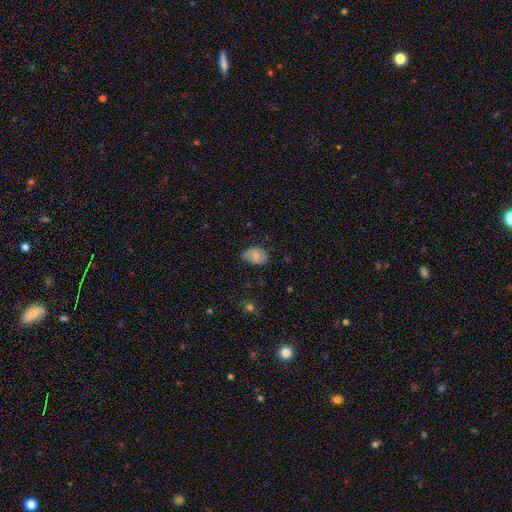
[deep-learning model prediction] smooth-or-featured: smooth: 68% | featured or disk: 24% | star or artifact: 8%
  how-rounded: in between: 78% | round: 21% | cigar-shaped: 1%
  merging: none: 51% | minor disturbance: 39% | major disturbance: 8% | merger: 1%